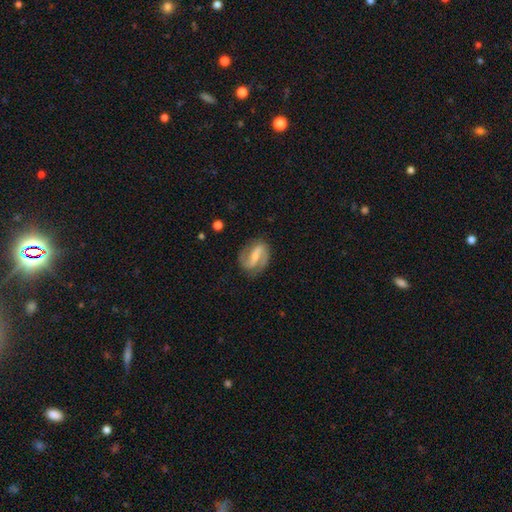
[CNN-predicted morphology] featured or disk 80%, smooth 14%, star or artifact 5%. Down the decision tree: edge-on disk — no (97%); bar — strong (52%); spiral arms — yes (93%); spiral arm count — 2 (89%); spiral winding — medium (45%); bulge size — small (47%); merging — none (78%).